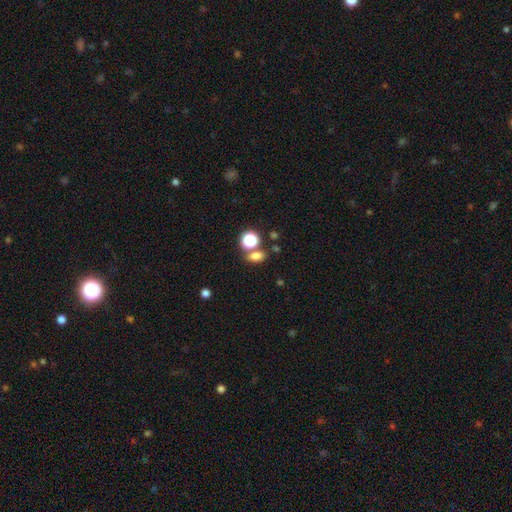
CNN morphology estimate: This appears to be a smooth galaxy with no disk features (74%) that is in between round and cigar-shaped (69%). Merging: none (65%).